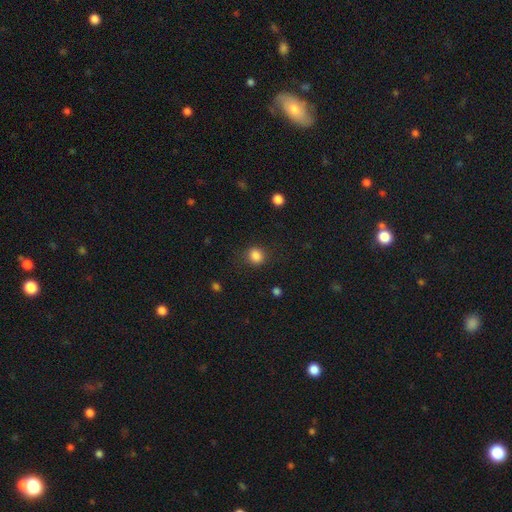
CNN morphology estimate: This is clearly a smooth galaxy (85%). How rounded: likely round (78%). Merging: clearly none (84%).